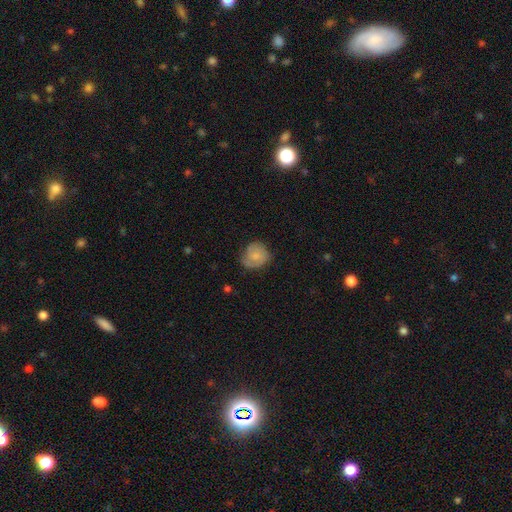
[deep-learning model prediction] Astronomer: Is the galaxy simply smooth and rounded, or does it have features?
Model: smooth — 58% (runner-up: featured or disk, 35%).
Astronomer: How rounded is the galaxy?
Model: round — 79%.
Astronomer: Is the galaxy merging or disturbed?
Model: none — 61%.